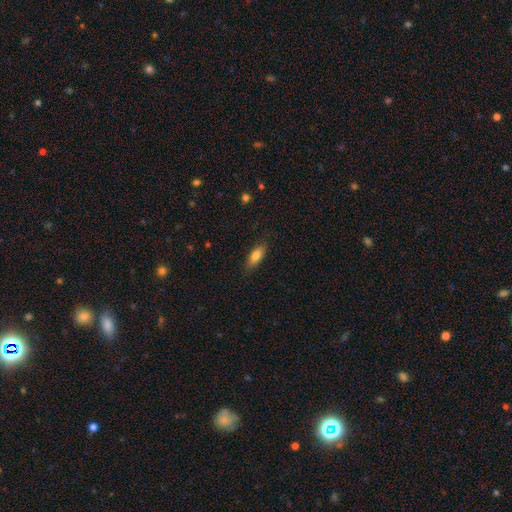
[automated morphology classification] Smooth or featured?
  - smooth: 79% *
  - featured or disk: 14%
  - star or artifact: 7%
How rounded?
  - in between: 66% *
  - cigar-shaped: 31%
  - round: 2%
Merging?
  - none: 83% *
  - minor disturbance: 13%
  - major disturbance: 3%
  - merger: 1%